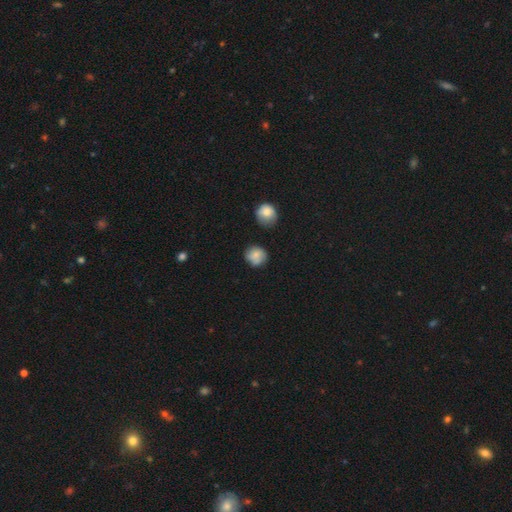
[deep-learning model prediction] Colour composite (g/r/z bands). It shows a smooth galaxy with no disk features (78%) that is round (85%). Merging: none (71%).